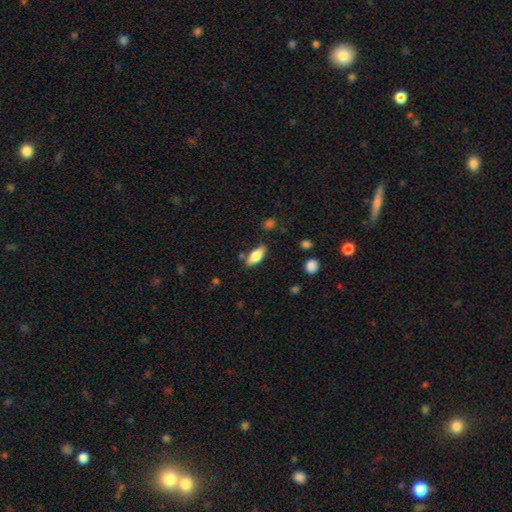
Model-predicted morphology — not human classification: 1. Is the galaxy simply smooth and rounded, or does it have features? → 77% smooth, 16% featured or disk, 7% star or artifact.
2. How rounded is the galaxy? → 81% in between, 17% cigar-shaped, 3% round.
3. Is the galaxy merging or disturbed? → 79% none, 15% minor disturbance, 4% merger, 3% major disturbance.